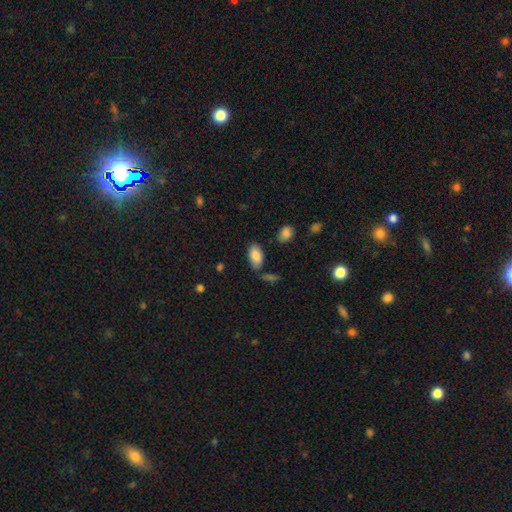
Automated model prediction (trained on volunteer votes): smooth-or-featured: smooth: 84% | featured or disk: 8% | star or artifact: 7%
  how-rounded: in between: 94% | round: 3% | cigar-shaped: 3%
  merging: none: 74% | minor disturbance: 17% | merger: 5% | major disturbance: 4%